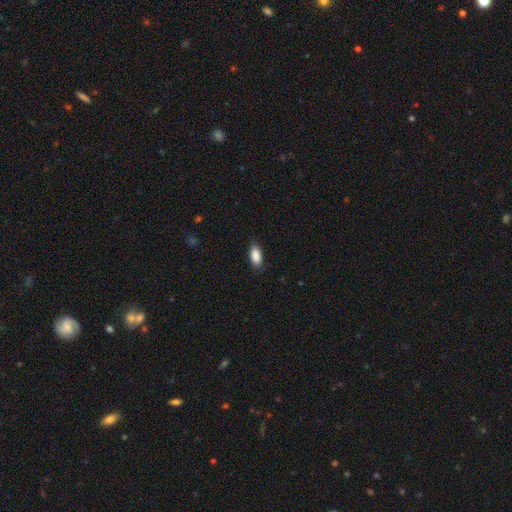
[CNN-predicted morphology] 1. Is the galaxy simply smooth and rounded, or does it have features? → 89% smooth, 7% star or artifact, 4% featured or disk.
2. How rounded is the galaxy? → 88% in between, 10% cigar-shaped, 3% round.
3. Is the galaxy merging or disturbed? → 83% none, 13% minor disturbance, 3% major disturbance, 1% merger.